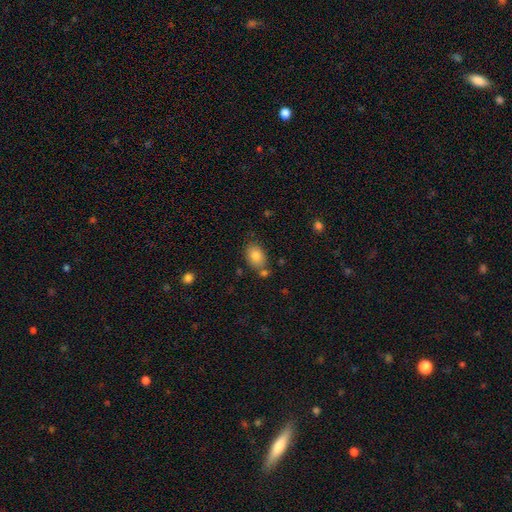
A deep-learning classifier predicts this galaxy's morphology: The model was most divided on "merging": none: 73%, minor disturbance: 14%, merger: 10%, major disturbance: 3%. More confident: smooth or featured — smooth (82%); how rounded — in between (80%).